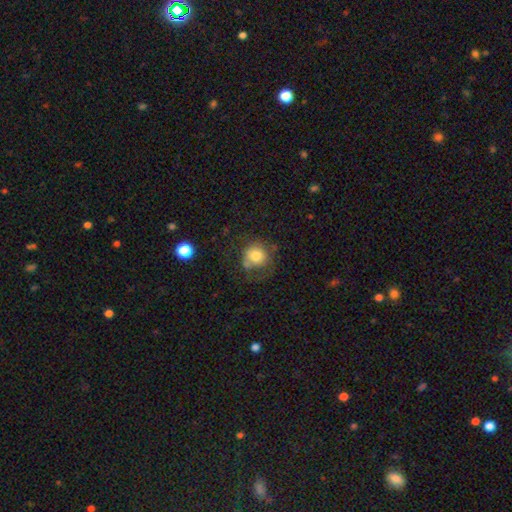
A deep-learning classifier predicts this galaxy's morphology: Q: Smooth or featured?
A: smooth (75%); runner-up: featured or disk (15%)
Q: How rounded?
A: round (86%); runner-up: in between (14%)
Q: Merging?
A: none (54%); runner-up: minor disturbance (23%)